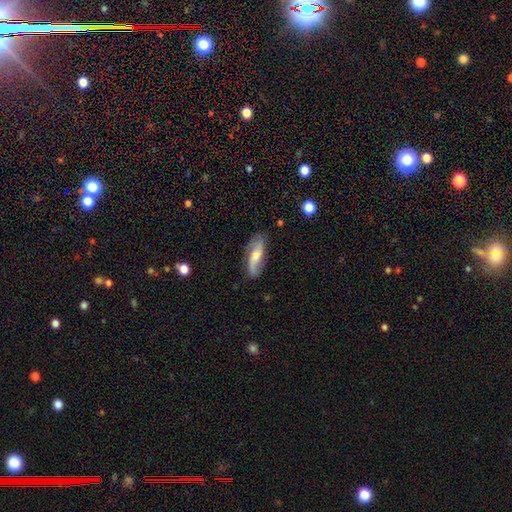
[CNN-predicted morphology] The model was most divided on "smooth or featured": featured or disk: 54%, smooth: 39%, star or artifact: 7%. More confident: edge-on disk — no (84%); merging — none (70%).